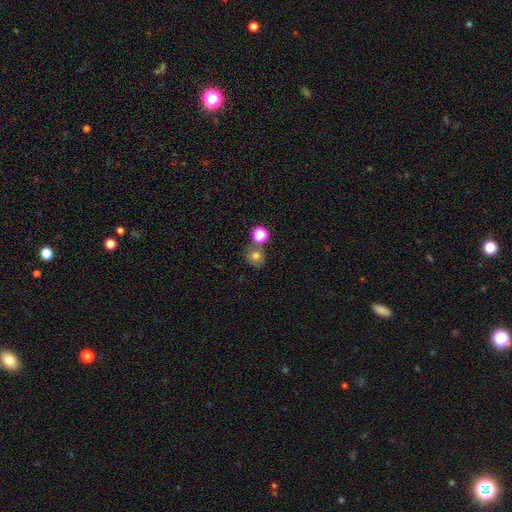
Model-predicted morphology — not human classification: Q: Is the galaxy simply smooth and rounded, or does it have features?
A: smooth — 75%.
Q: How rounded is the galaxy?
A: round — 85%.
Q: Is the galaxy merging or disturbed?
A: none — 64%.